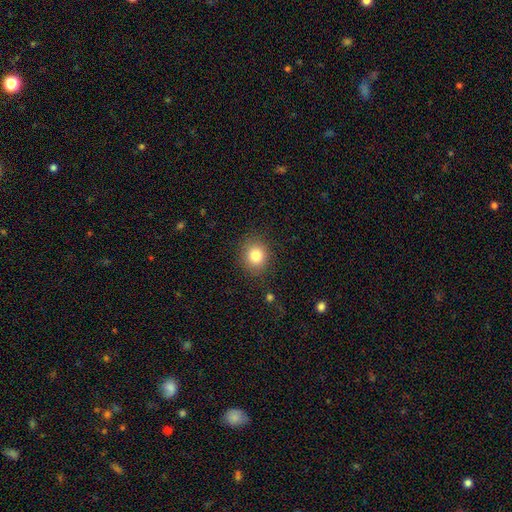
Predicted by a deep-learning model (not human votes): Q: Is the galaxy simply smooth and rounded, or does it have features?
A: smooth — 82%.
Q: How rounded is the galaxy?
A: round — 77%.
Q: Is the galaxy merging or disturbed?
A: none — 88%.